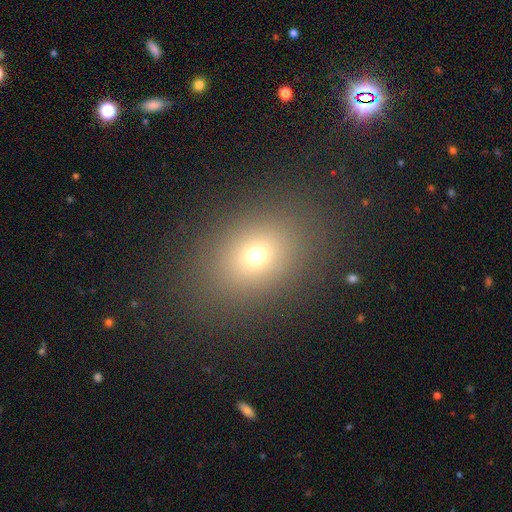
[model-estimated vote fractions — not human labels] Q: Smooth or featured?
A: smooth (69%); runner-up: star or artifact (19%)
Q: How rounded?
A: in between (60%); runner-up: round (39%)
Q: Merging?
A: none (85%); runner-up: minor disturbance (8%)